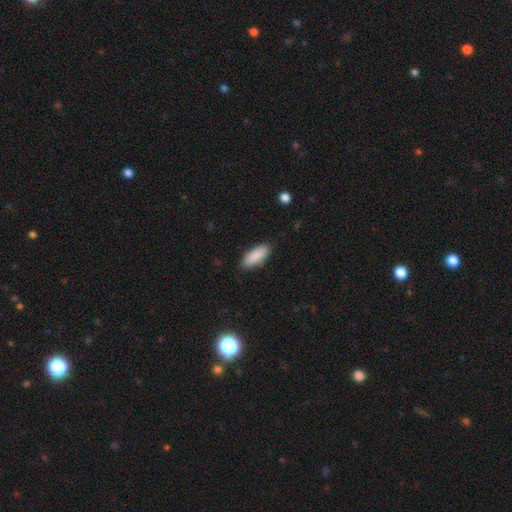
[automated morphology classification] A smooth galaxy with no disk features (89%) that is in between round and cigar-shaped (77%). Merging: none (86%).